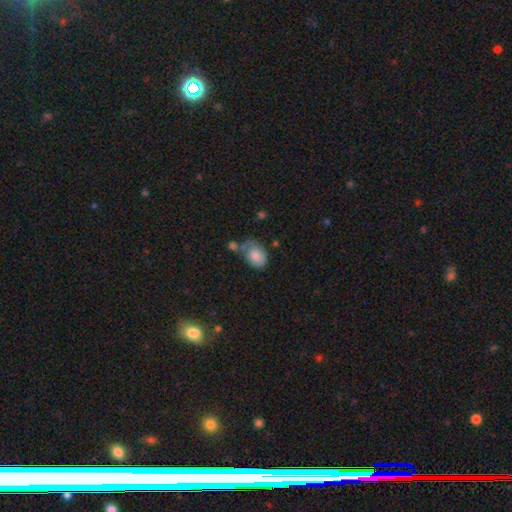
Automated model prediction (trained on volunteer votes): Smooth or featured? smooth (77%)
How rounded? in between (73%)
Merging? none (40%)